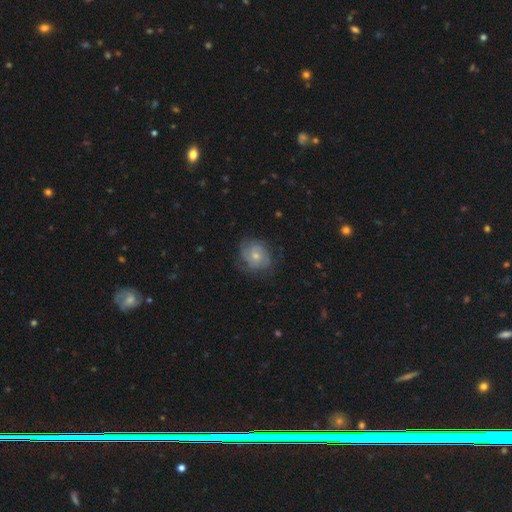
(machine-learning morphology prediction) Smooth or featured? featured or disk (59%)
Edge-on disk? no (97%)
Bar? no (80%)
Spiral arms? yes (84%)
Bulge size? small (53%)
Merging? none (70%)